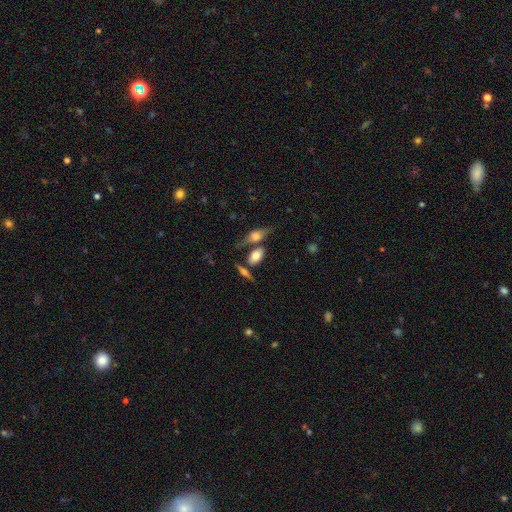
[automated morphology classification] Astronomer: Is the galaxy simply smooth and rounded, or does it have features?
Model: smooth — 57% (runner-up: featured or disk, 34%).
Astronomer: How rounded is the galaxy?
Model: in between — 76%.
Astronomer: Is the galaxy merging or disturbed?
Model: none — 61%.